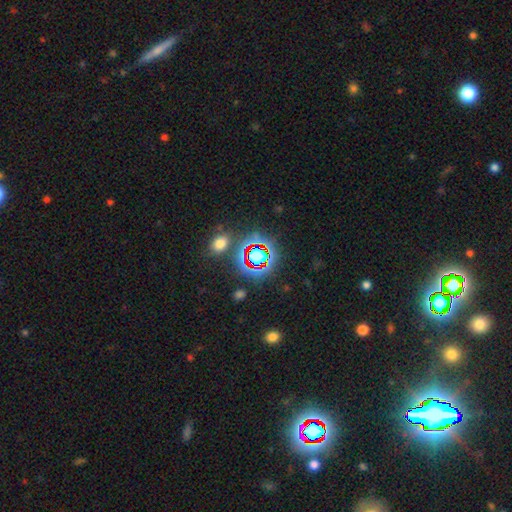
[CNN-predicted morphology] Smooth or featured? Predicted: star or artifact (p=0.66).